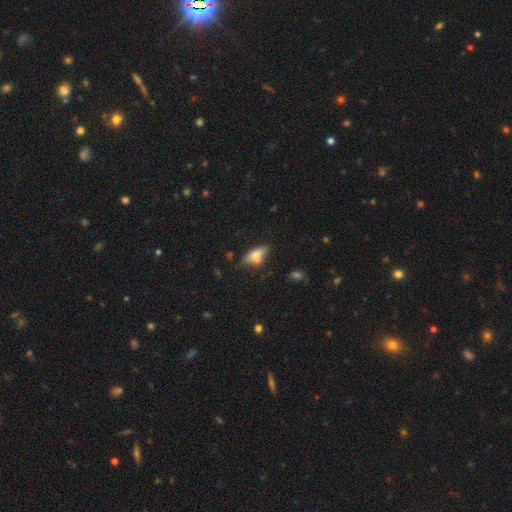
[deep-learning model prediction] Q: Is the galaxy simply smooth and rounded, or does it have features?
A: smooth — 67%.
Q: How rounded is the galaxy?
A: in between — 78%.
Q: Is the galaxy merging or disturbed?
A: none — 53%.